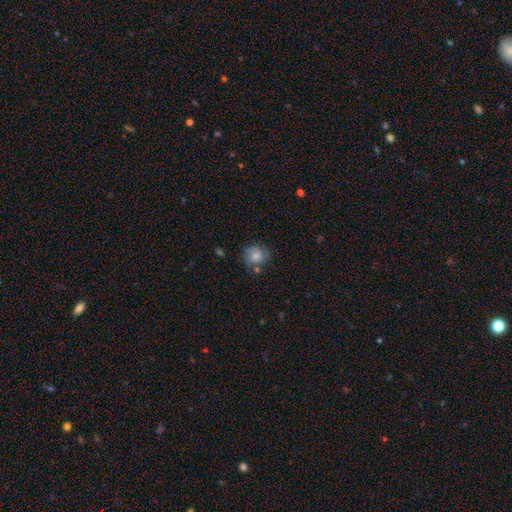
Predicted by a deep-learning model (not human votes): A smooth galaxy with no disk features (74%) that is round (75%).

Vote fractions:
- Smooth or featured? smooth: 74% / featured or disk: 17% / star or artifact: 9%
- How rounded? round: 75% / in between: 24% / cigar-shaped: 1%
- Merging? none: 64% / minor disturbance: 21% / merger: 8% / major disturbance: 6%